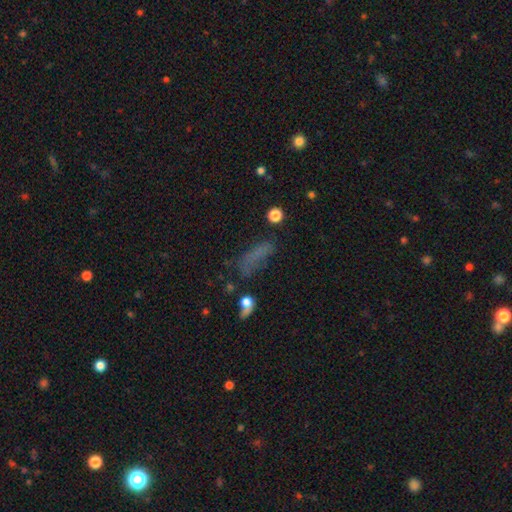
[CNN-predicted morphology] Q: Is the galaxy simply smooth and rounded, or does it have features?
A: smooth — 59%.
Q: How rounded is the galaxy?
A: cigar-shaped — 48%.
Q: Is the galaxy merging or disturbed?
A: none — 48%.